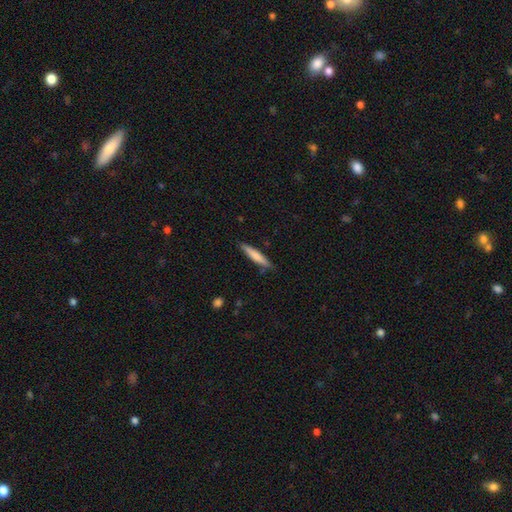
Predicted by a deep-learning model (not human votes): smooth-or-featured: smooth: 73% | featured or disk: 21% | star or artifact: 5%
  how-rounded: cigar-shaped: 91% | in between: 8% | round: 1%
  merging: none: 85% | minor disturbance: 12% | major disturbance: 2% | merger: 2%